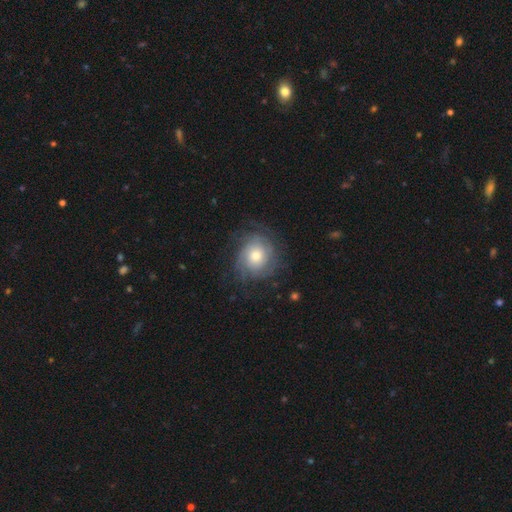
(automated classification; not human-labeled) Morphology: type=featured or disk (65%); edge-on=no (97%); bar=no (82%); spiral arms=yes (89%); winding=tight (64%); arm count=can't tell (46%); bulge=moderate (60%); merging=none (73%).